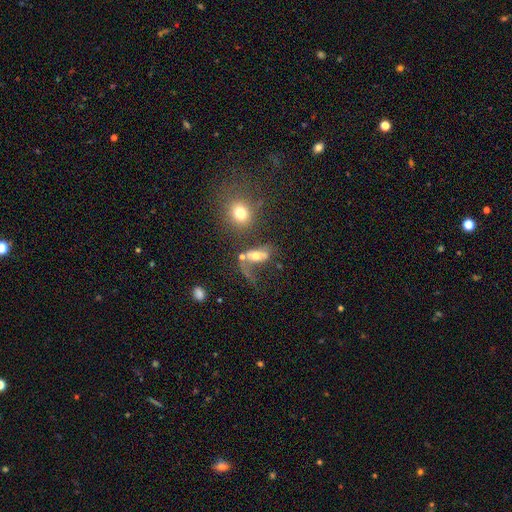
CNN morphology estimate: Q: Smooth or featured?
A: smooth (44%); runner-up: featured or disk (43%)
Q: Merging?
A: major disturbance (35%); runner-up: merger (27%)